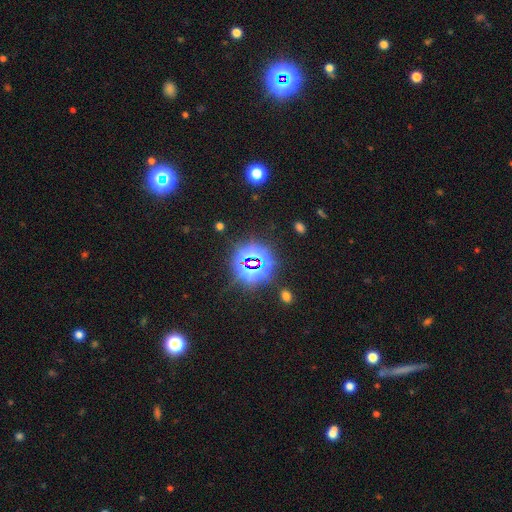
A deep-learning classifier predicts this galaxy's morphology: The model was most divided on "smooth or featured": star or artifact: 80%, smooth: 14%, featured or disk: 7%.